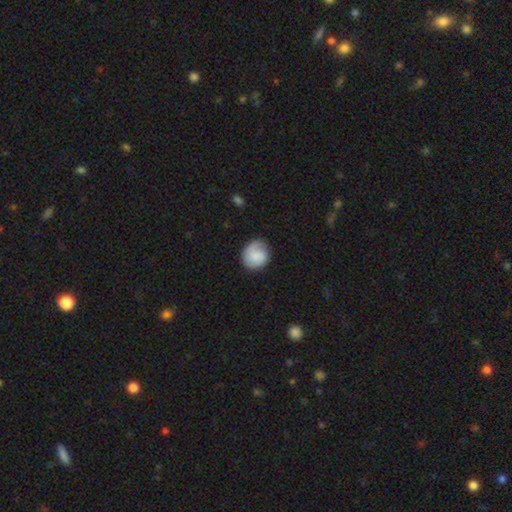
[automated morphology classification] smooth_or_featured: smooth (p=0.74) [alt: featured or disk p=0.19]
how_rounded: round (p=0.77) [alt: in between p=0.22]
merging: none (p=0.69) [alt: minor disturbance p=0.22]